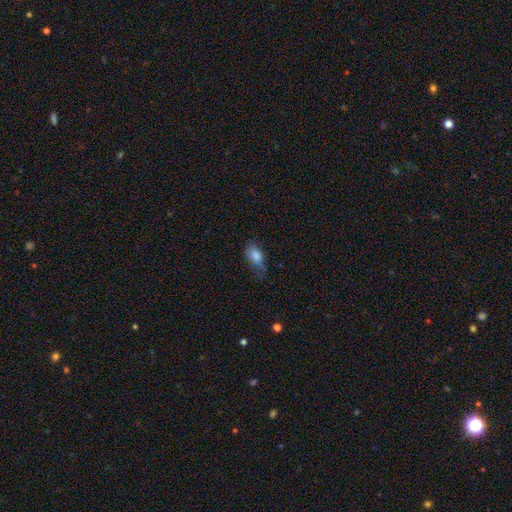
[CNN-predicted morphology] The model was most divided on "merging": none: 48%, minor disturbance: 35%, major disturbance: 15%, merger: 2%. More confident: how rounded — in between (87%); smooth or featured — smooth (81%).